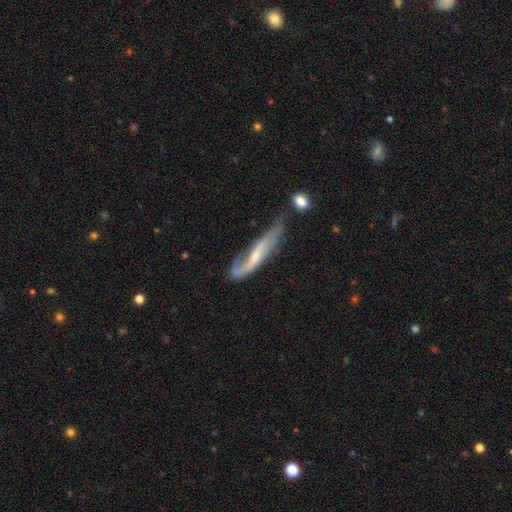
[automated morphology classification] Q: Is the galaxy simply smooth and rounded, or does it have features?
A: featured or disk — 72%.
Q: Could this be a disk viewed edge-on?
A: no — 63%.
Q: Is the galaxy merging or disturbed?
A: none — 32%.